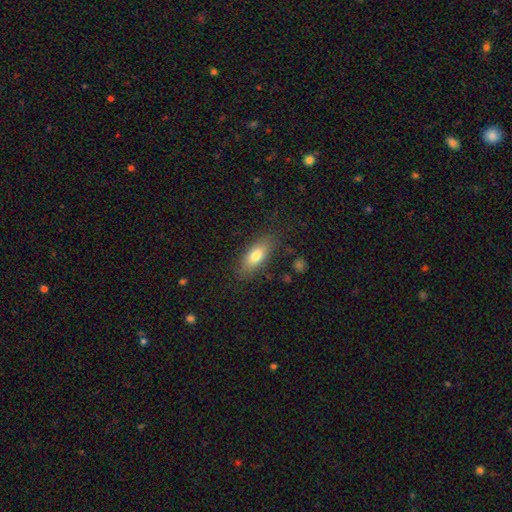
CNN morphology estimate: Smooth or featured? smooth (76%)
How rounded? in between (78%)
Merging? none (82%)